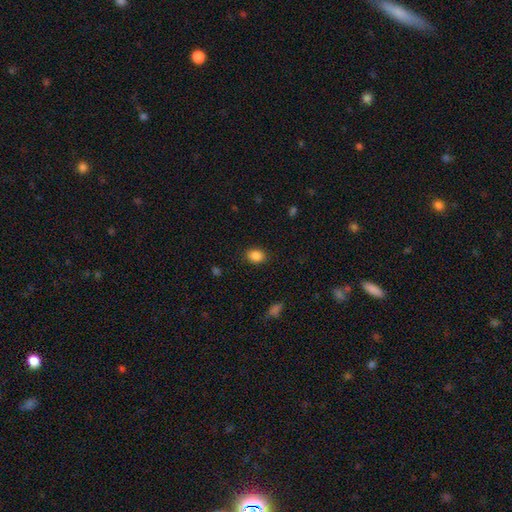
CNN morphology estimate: Smooth or featured?
  - smooth: 87% *
  - star or artifact: 10%
  - featured or disk: 4%
How rounded?
  - in between: 71% *
  - round: 28%
  - cigar-shaped: 1%
Merging?
  - none: 86% *
  - minor disturbance: 10%
  - major disturbance: 3%
  - merger: 1%